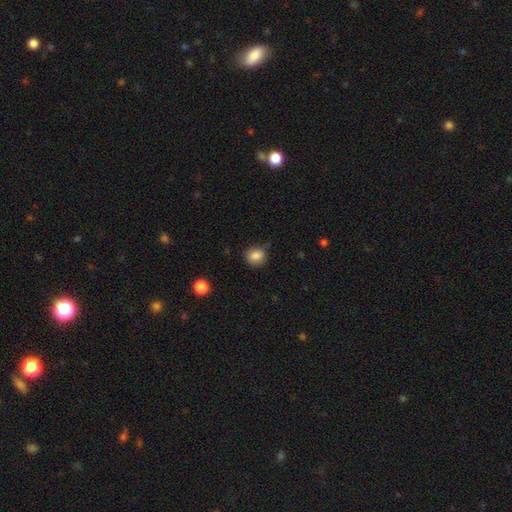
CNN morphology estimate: The model was most divided on "how rounded": round: 76%, in between: 23%, cigar-shaped: 1%. More confident: smooth or featured — smooth (85%); merging — none (74%).